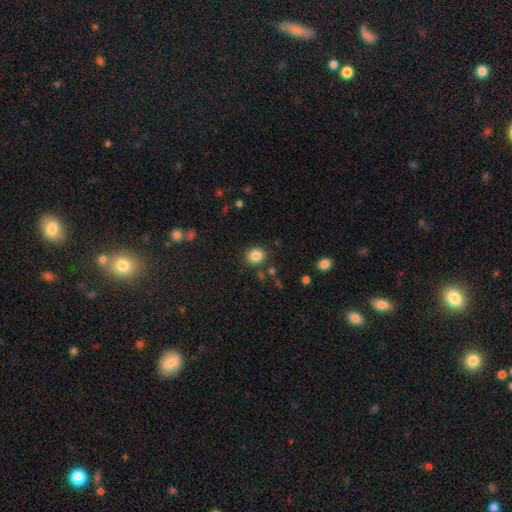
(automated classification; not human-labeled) This is clearly a smooth galaxy (84%). How rounded: likely round (78%). Merging: clearly none (85%).